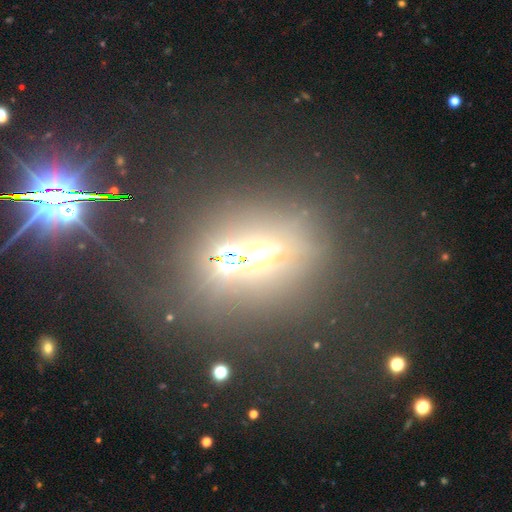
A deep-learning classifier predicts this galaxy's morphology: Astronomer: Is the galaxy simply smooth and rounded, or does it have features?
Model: star or artifact — 44% (runner-up: featured or disk, 35%).